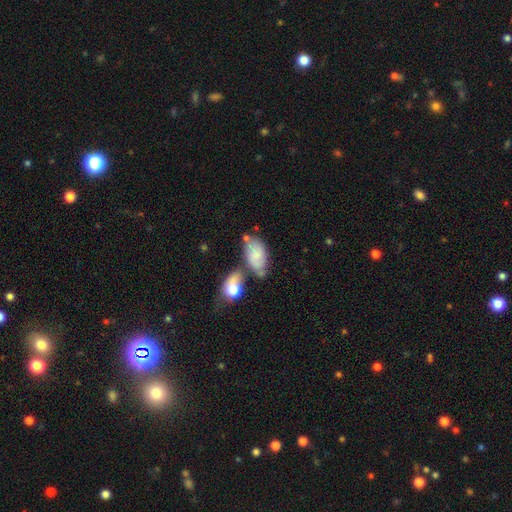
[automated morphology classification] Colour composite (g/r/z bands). It shows a smooth galaxy with no disk features (57%) that is in between round and cigar-shaped (91%). Merging: none (38%).